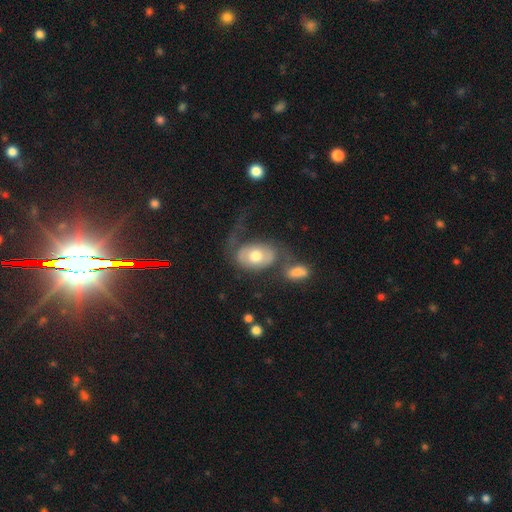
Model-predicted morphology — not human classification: Overall: featured or disk (47%; smooth 46%). Merging: major disturbance (33%; none 29%).